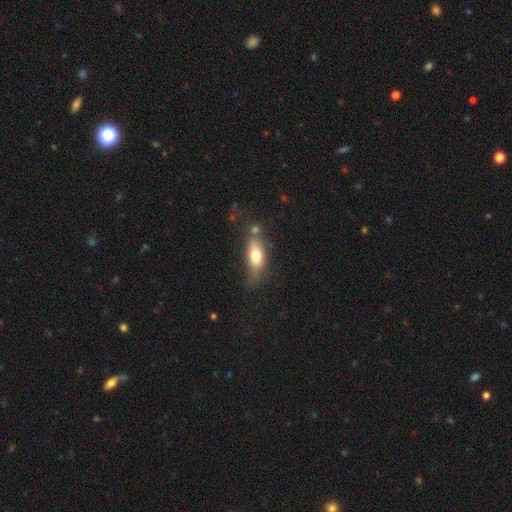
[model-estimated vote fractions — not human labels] The model was most divided on "merging": none: 51%, minor disturbance: 26%, merger: 12%, major disturbance: 11%. More confident: how rounded — in between (77%); smooth or featured — smooth (71%).